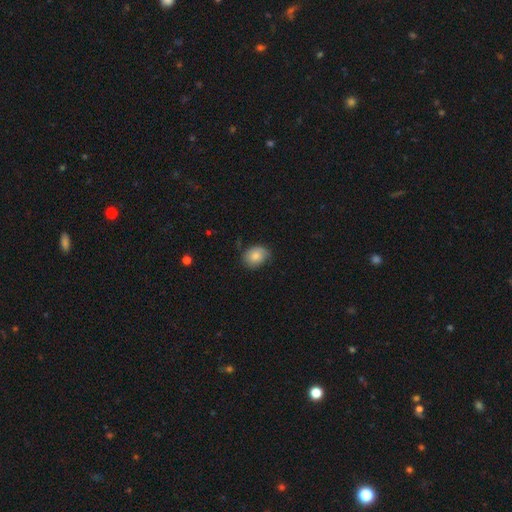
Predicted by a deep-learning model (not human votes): Q: Smooth or featured?
A: smooth (78%); runner-up: featured or disk (14%)
Q: How rounded?
A: in between (58%); runner-up: round (41%)
Q: Merging?
A: none (67%); runner-up: minor disturbance (27%)